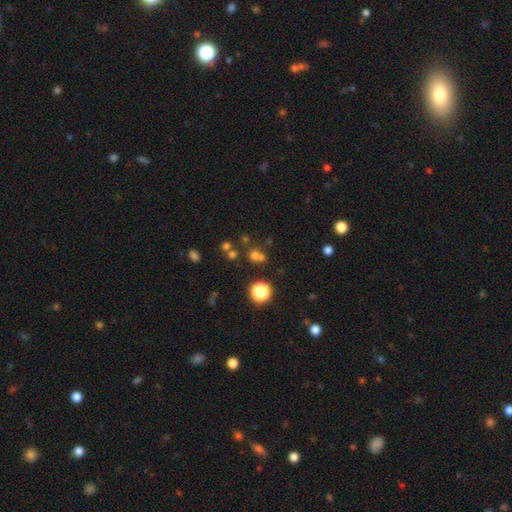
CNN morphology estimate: The model was most divided on "merging": none: 53%, merger: 34%, minor disturbance: 8%, major disturbance: 4%. More confident: how rounded — round (84%); smooth or featured — smooth (59%).